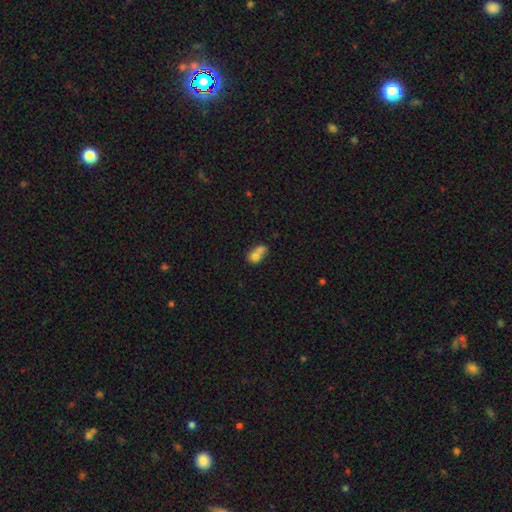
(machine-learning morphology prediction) smooth-or-featured: smooth: 71% | featured or disk: 19% | star or artifact: 10%
  how-rounded: round: 51% | in between: 47% | cigar-shaped: 2%
  merging: merger: 69% | none: 19% | minor disturbance: 8% | major disturbance: 5%